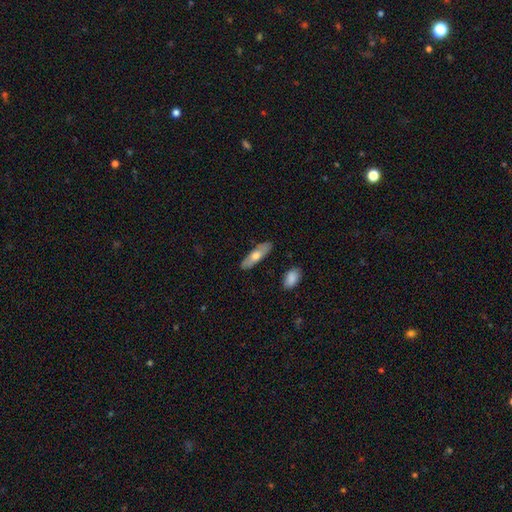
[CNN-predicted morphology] type=smooth (60%); roundness=cigar-shaped (51%); merging=none (85%).